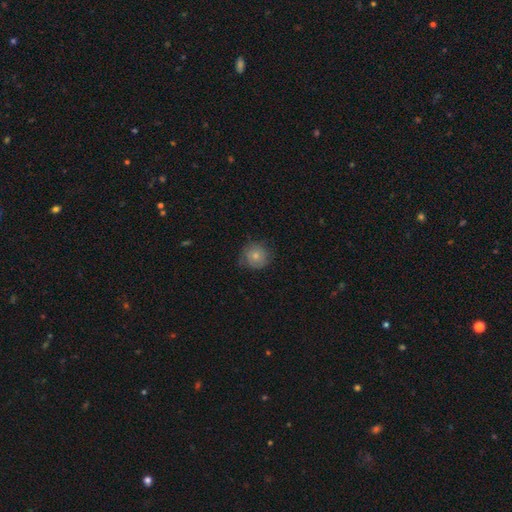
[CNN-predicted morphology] A smooth galaxy with no disk features (68%) that is round (91%). Merging: none (72%).